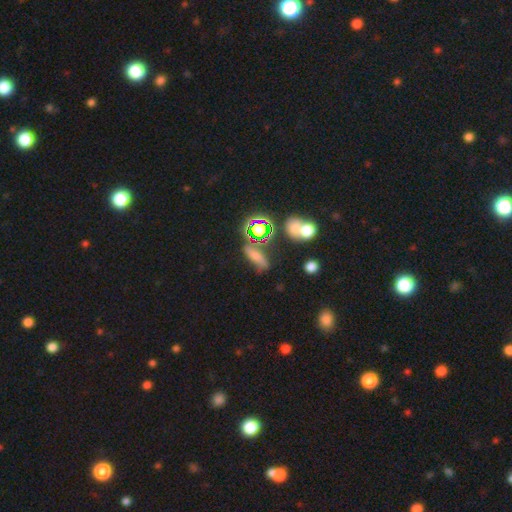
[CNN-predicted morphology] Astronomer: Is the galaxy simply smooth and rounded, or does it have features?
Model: smooth — 53% (runner-up: star or artifact, 29%).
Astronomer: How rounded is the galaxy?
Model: in between — 51% (runner-up: cigar-shaped, 34%).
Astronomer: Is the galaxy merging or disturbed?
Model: none — 60%.